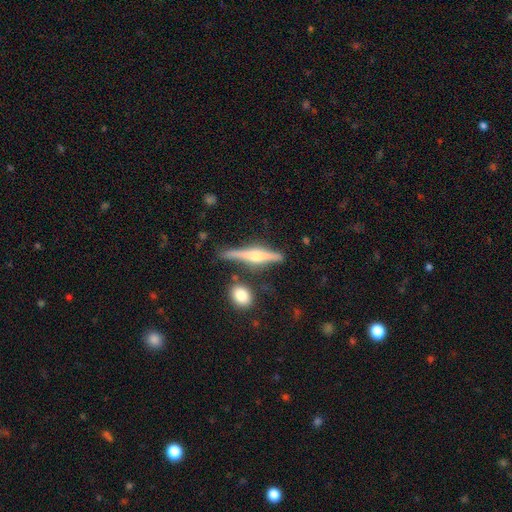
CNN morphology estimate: Smooth or featured?
  - featured or disk: 75% *
  - smooth: 19%
  - star or artifact: 6%
Edge-on disk?
  - yes: 97% *
  - no: 3%
Edge-on bulge?
  - rounded: 90% *
  - boxy: 6%
  - none: 4%
Merging?
  - none: 81% *
  - minor disturbance: 11%
  - merger: 5%
  - major disturbance: 3%